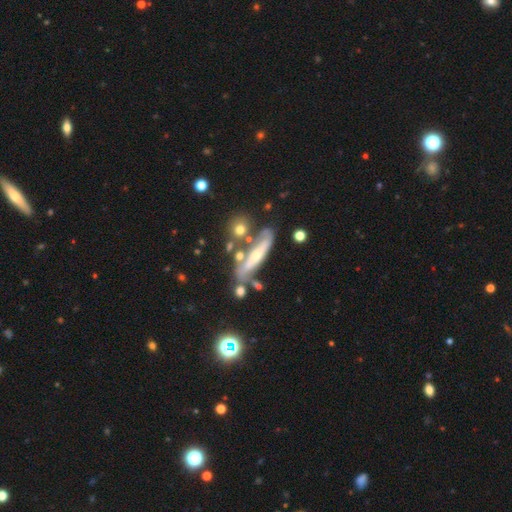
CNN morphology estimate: A featured or disk galaxy (59%) viewed edge-on (64%). Merging: none (57%).